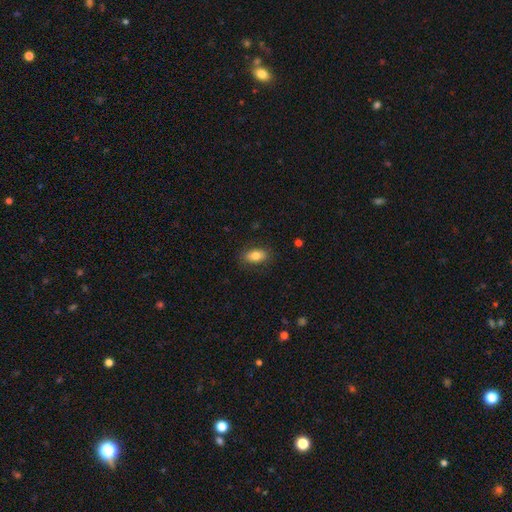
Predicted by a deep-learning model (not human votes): Morphology: type=smooth (81%); roundness=in between (87%); merging=none (85%).